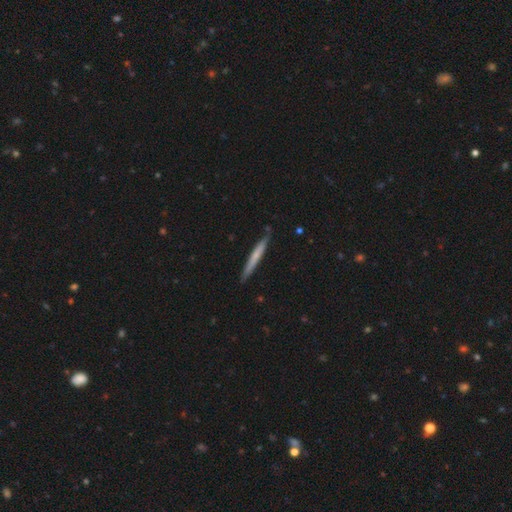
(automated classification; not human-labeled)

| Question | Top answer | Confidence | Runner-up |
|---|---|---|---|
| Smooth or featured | smooth | 60% | featured or disk (35%) |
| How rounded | cigar-shaped | 97% | in between (2%) |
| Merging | none | 87% | minor disturbance (10%) |